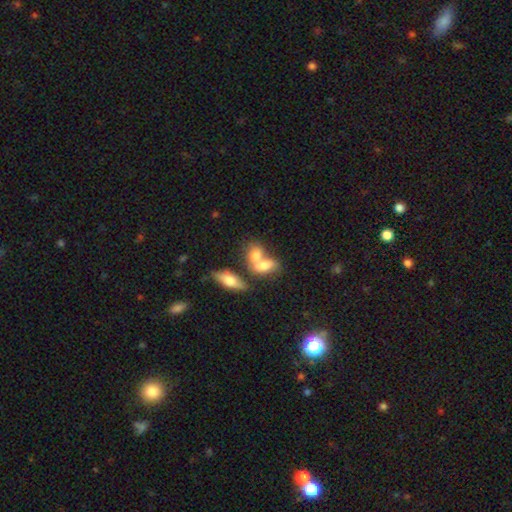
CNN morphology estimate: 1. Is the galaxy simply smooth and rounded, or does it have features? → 71% smooth, 20% featured or disk, 9% star or artifact.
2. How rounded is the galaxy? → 77% in between, 17% round, 6% cigar-shaped.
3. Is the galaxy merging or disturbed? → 61% merger, 26% none, 8% minor disturbance, 4% major disturbance.